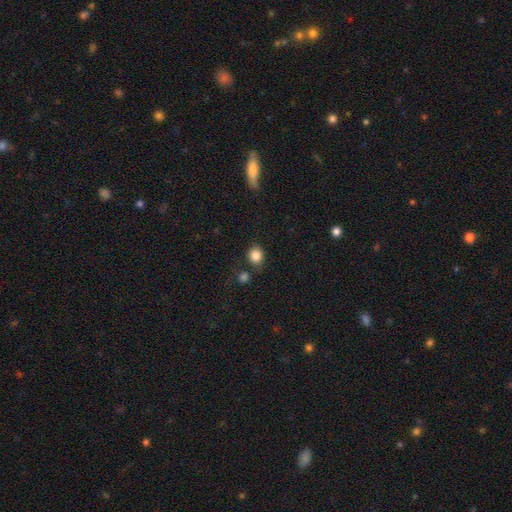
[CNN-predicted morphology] Smooth or featured: smooth — 85% (star or artifact — 10%)
How rounded: round — 75% (in between — 24%)
Merging: none — 77% (minor disturbance — 12%)